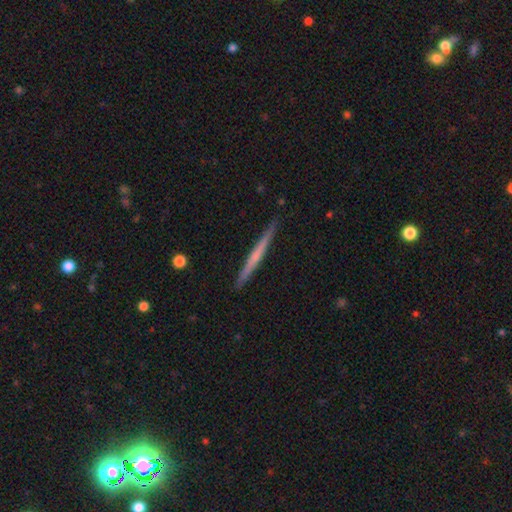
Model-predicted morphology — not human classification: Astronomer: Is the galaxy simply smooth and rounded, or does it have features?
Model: featured or disk — 51% (runner-up: smooth, 44%).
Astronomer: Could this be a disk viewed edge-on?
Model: yes — 98%.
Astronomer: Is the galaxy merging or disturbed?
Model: none — 92%.